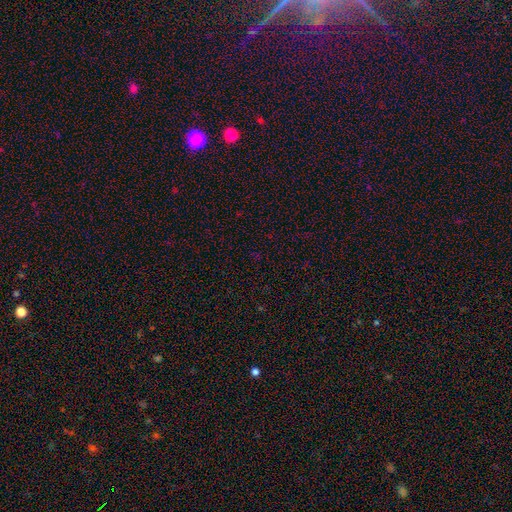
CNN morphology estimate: star or artifact 70%, smooth 23%, featured or disk 7%.